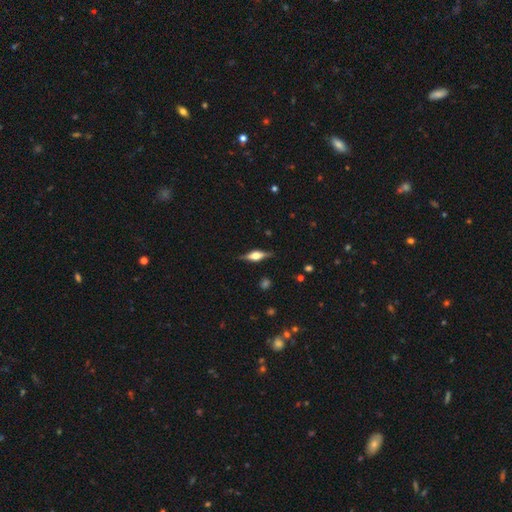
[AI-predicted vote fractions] Smooth or featured: featured or disk — 71% (smooth — 23%)
Edge-on disk: yes — 96% (no — 4%)
Edge-on bulge: rounded — 87% (boxy — 11%)
Merging: none — 86% (minor disturbance — 10%)